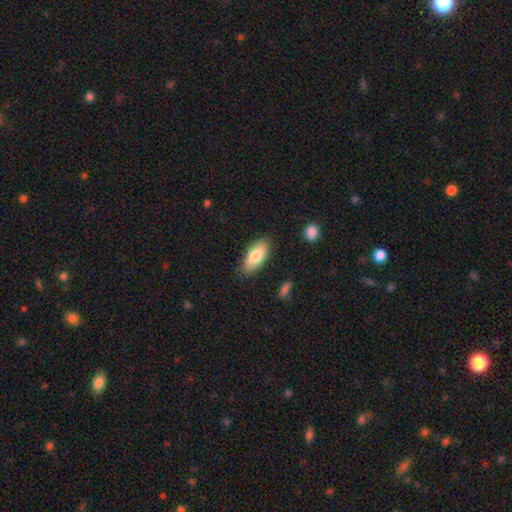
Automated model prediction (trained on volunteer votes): A smooth galaxy with no disk features (81%) that is in between round and cigar-shaped (87%). Merging: none (85%).